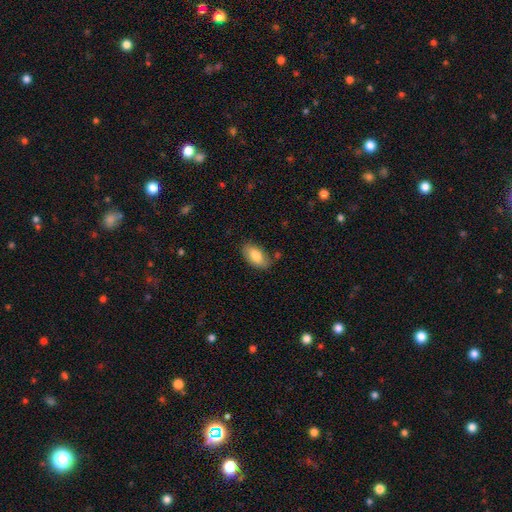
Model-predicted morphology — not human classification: This is clearly a smooth galaxy (81%). How rounded: clearly in between (93%). Merging: likely none (79%).